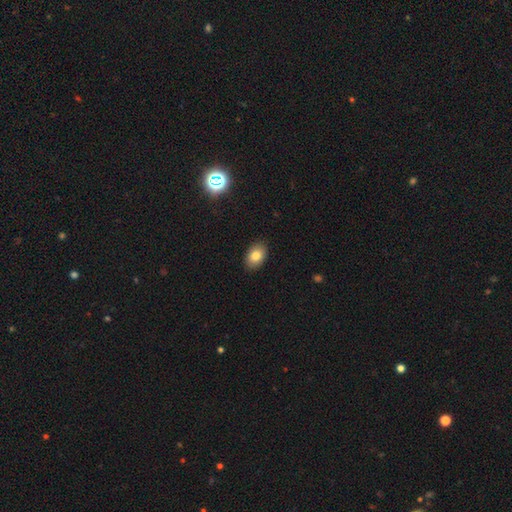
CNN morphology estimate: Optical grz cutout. It shows a smooth galaxy with no disk features (82%) that is in between round and cigar-shaped (85%). Merging: none (89%).